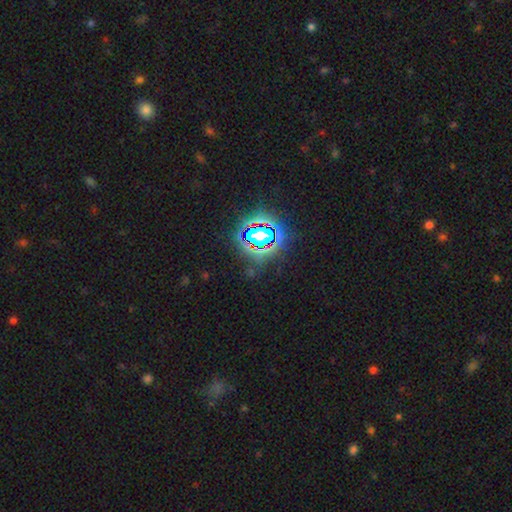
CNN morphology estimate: smooth_or_featured: star or artifact (p=0.81) [alt: smooth p=0.12]